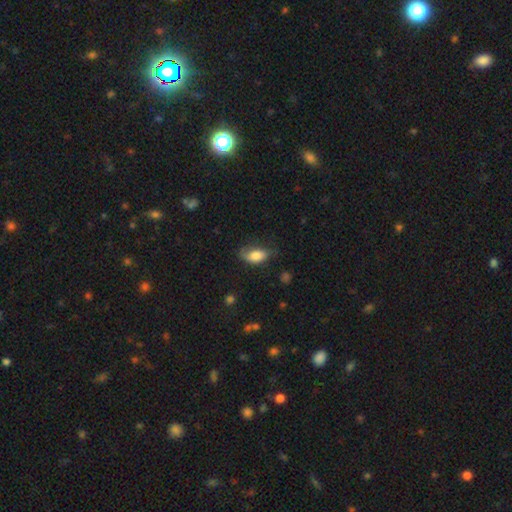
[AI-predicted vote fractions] The model was most divided on "merging": none: 52%, minor disturbance: 32%, major disturbance: 14%, merger: 2%. More confident: how rounded — in between (89%); smooth or featured — smooth (74%).